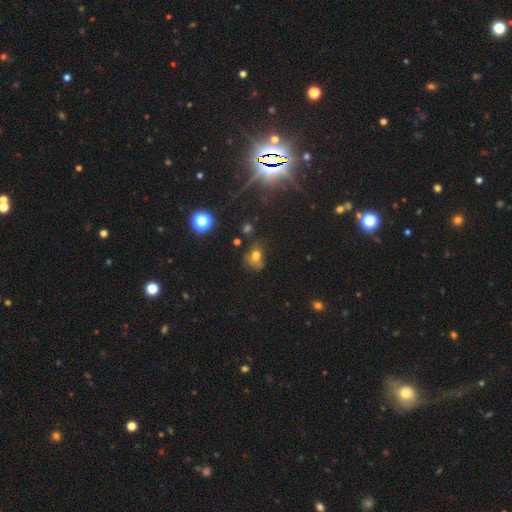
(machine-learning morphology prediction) smooth-or-featured: smooth: 60% | star or artifact: 23% | featured or disk: 17%
  how-rounded: in between: 56% | round: 43% | cigar-shaped: 2%
  merging: none: 40% | minor disturbance: 27% | major disturbance: 23% | merger: 10%